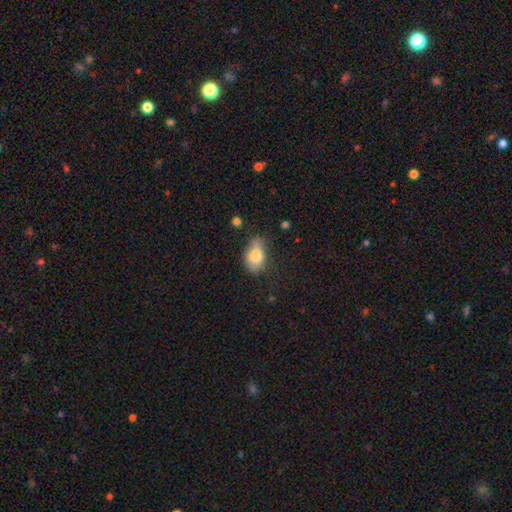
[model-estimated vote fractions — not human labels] smooth-or-featured: smooth: 75% | featured or disk: 16% | star or artifact: 9%
  how-rounded: in between: 77% | round: 21% | cigar-shaped: 2%
  merging: none: 40% | minor disturbance: 36% | major disturbance: 14% | merger: 10%